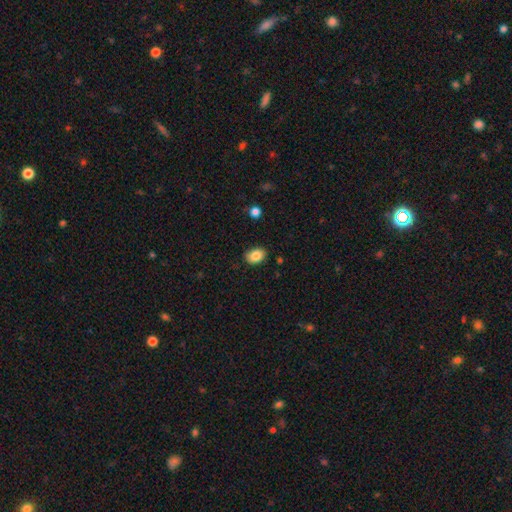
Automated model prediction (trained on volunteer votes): Smooth or featured?
  - smooth: 86% *
  - star or artifact: 8%
  - featured or disk: 6%
How rounded?
  - in between: 77% *
  - round: 22%
  - cigar-shaped: 1%
Merging?
  - none: 85% *
  - minor disturbance: 12%
  - major disturbance: 2%
  - merger: 1%